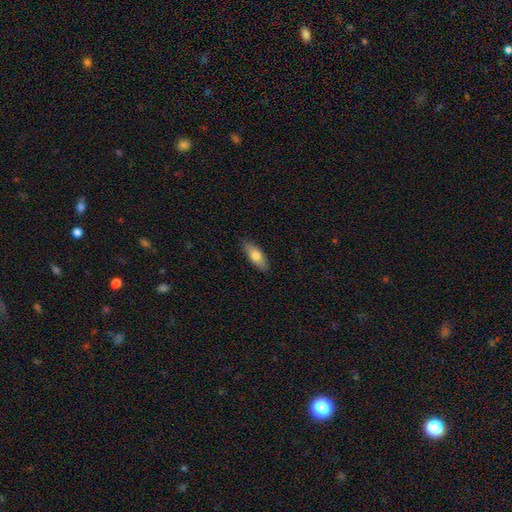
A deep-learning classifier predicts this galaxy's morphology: Smooth or featured? smooth (74%)
How rounded? in between (75%)
Merging? none (86%)